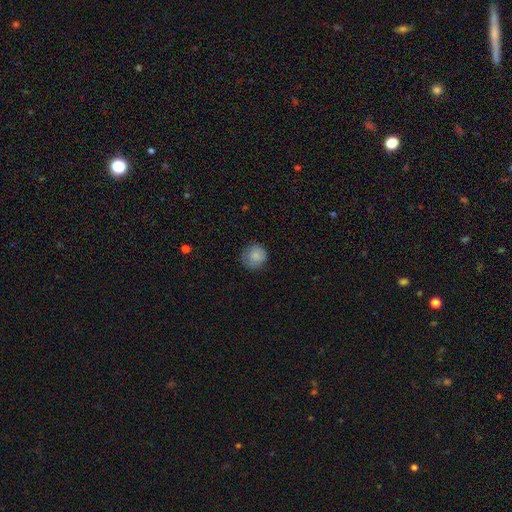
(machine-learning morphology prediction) Overall: smooth (84%). How rounded: round (90%). Merging: none (80%).